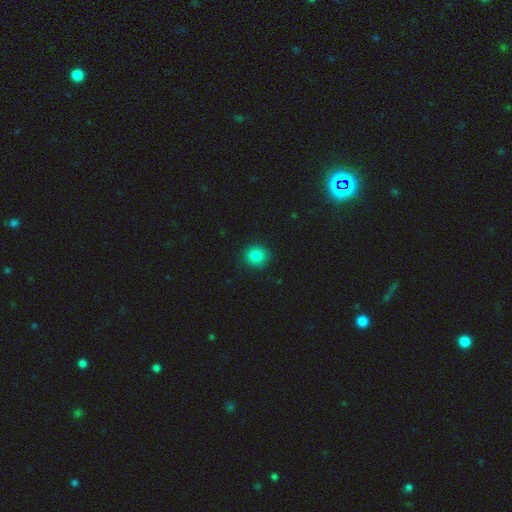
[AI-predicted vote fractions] This is clearly a smooth galaxy (84%). How rounded: clearly round (87%). Merging: clearly none (88%).